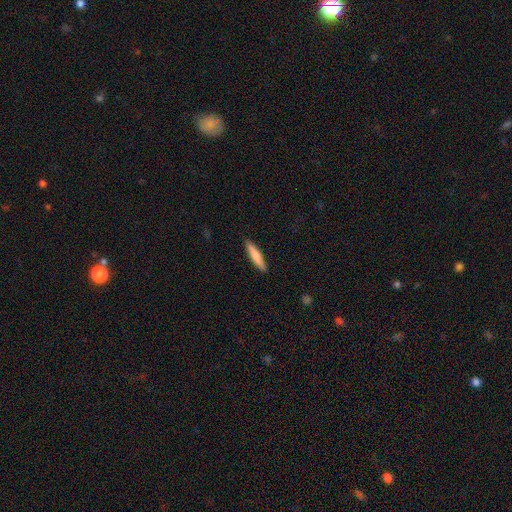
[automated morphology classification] smooth-or-featured: smooth: 76% | featured or disk: 19% | star or artifact: 5%
  how-rounded: cigar-shaped: 88% | in between: 11% | round: 1%
  merging: none: 91% | minor disturbance: 7% | major disturbance: 2% | merger: 1%